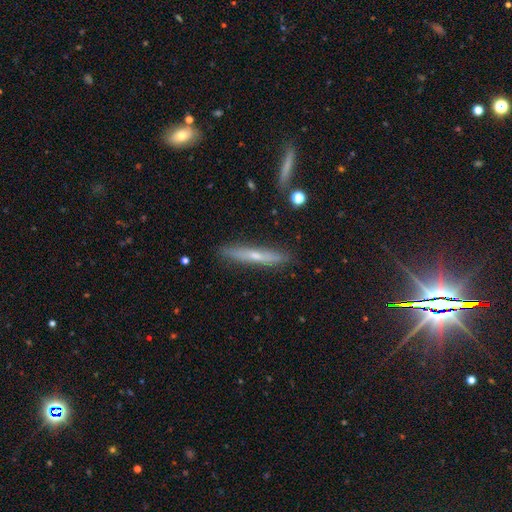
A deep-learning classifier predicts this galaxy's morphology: Smooth or featured?
  - featured or disk: 49% *
  - smooth: 44%
  - star or artifact: 7%
Merging?
  - none: 86% *
  - minor disturbance: 10%
  - major disturbance: 2%
  - merger: 2%